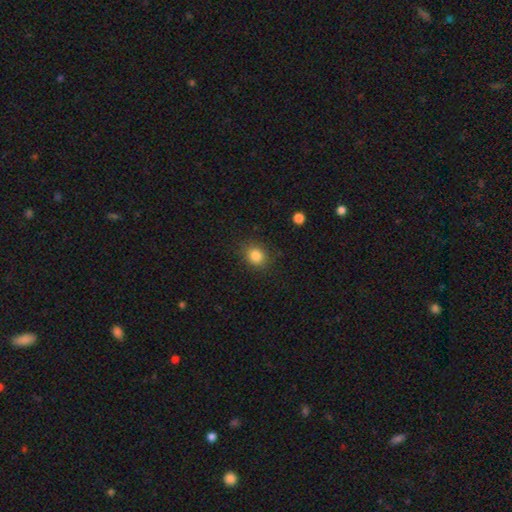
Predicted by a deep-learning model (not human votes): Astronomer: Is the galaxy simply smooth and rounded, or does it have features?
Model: smooth — 84%.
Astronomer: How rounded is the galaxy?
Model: round — 70%.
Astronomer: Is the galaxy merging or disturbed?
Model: none — 85%.